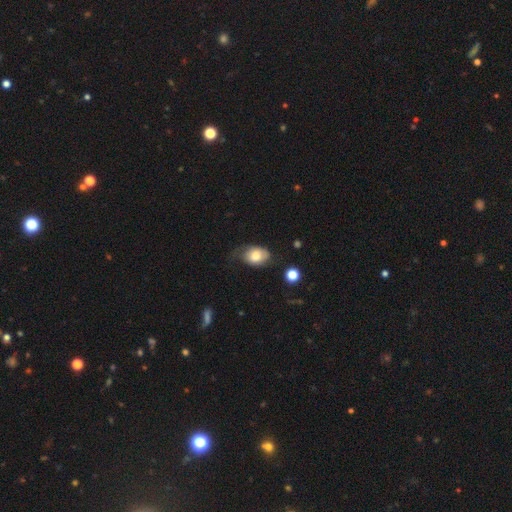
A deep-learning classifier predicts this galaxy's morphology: This is likely a smooth galaxy (70%). How rounded: likely in between (78%). Merging: marginally none (43%).